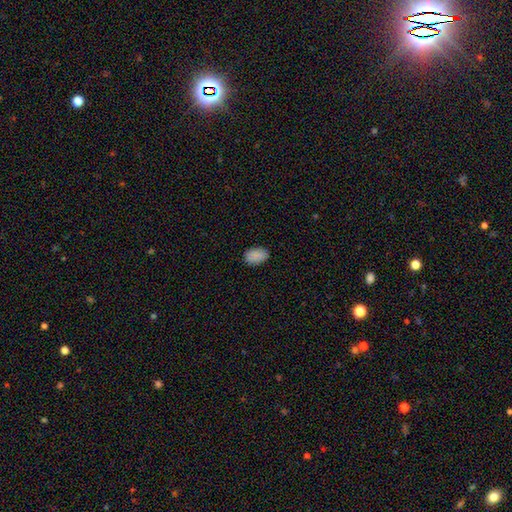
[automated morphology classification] type=smooth (89%); roundness=in between (90%); merging=none (85%).